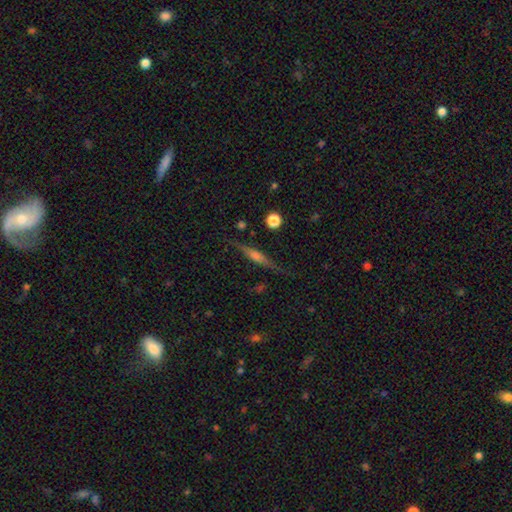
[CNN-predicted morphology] This appears to be a featured or disk galaxy (70%) viewed edge-on (97%) with a rounded central bulge (76%). Merging: none (84%).